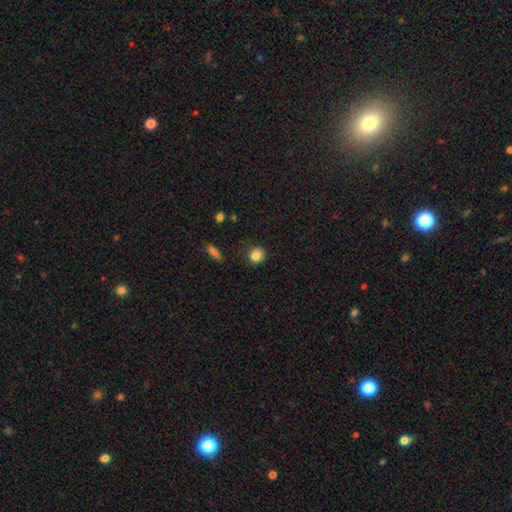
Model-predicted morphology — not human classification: This is clearly a smooth galaxy (84%). How rounded: clearly round (88%). Merging: clearly none (83%).